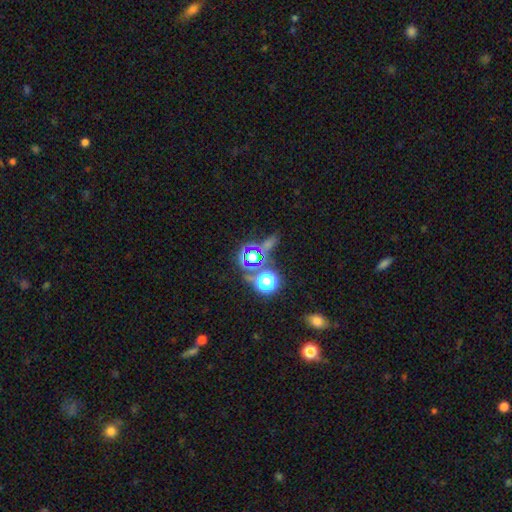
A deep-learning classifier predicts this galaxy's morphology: Smooth or featured: star or artifact — 61% (smooth — 28%)